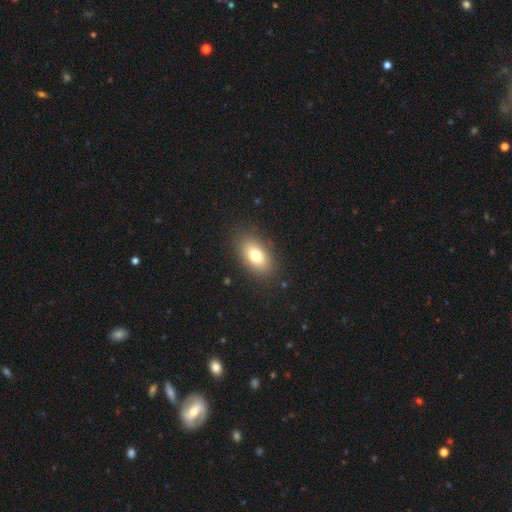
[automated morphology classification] Overall: smooth (76%). How rounded: in between (88%). Merging: none (86%).